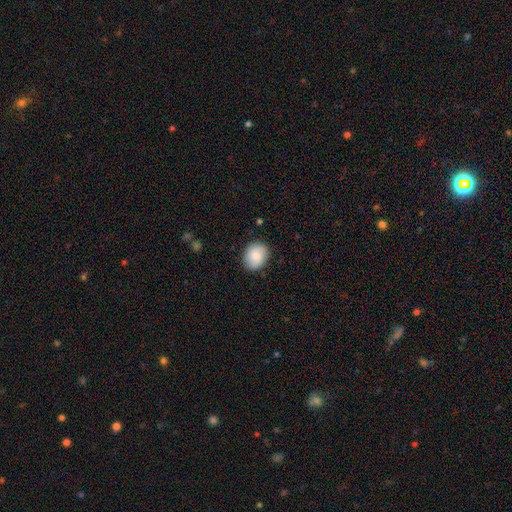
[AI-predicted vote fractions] Morphology: type=smooth (83%); roundness=round (53%); merging=none (86%).